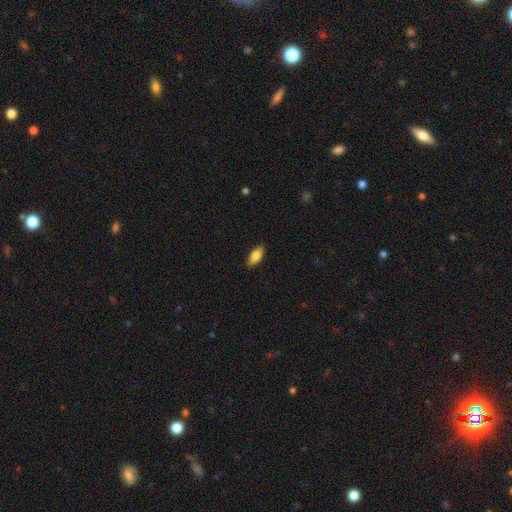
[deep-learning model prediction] Smooth or featured? Predicted: smooth (p=0.81). How rounded? Predicted: in between (p=0.86). Merging? Predicted: none (p=0.88).